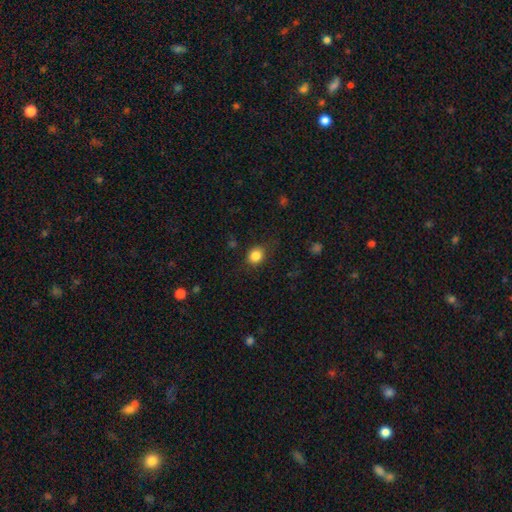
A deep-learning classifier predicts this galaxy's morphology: Smooth or featured? smooth (84%)
How rounded? round (68%)
Merging? none (79%)